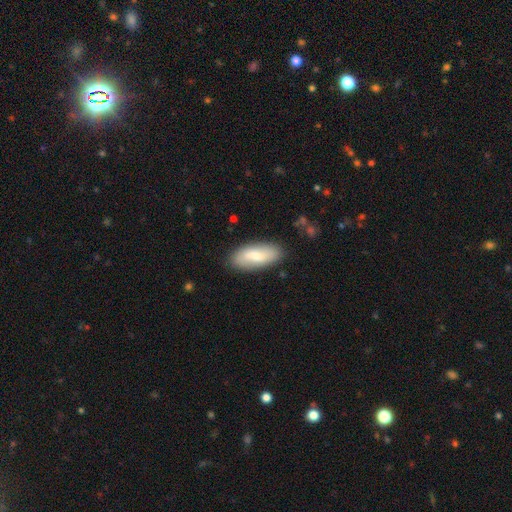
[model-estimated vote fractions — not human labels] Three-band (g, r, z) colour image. It shows a smooth galaxy with no disk features (69%) that is in between round and cigar-shaped (83%). Merging: none (84%).